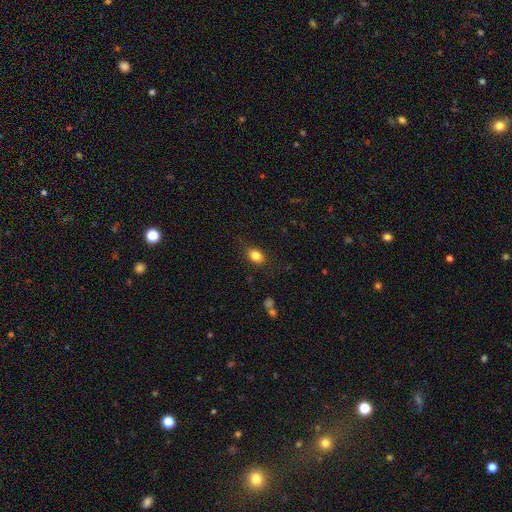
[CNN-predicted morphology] Smooth or featured? Predicted: smooth (p=0.83). How rounded? Predicted: in between (p=0.70). Merging? Predicted: none (p=0.79).